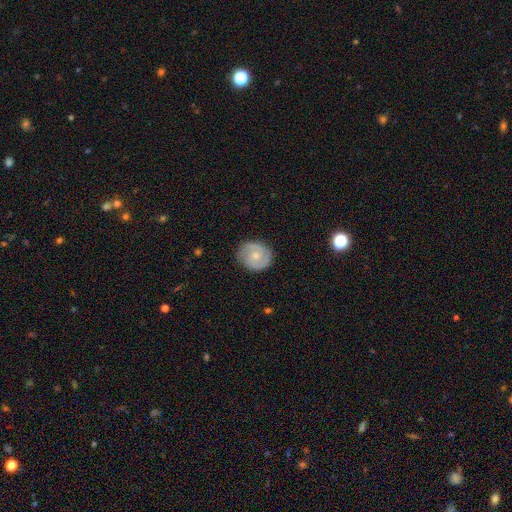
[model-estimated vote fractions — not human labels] This is likely a featured or disk galaxy (66%). It is clearly not viewed edge-on (98%). Bar: likely no (62%). Spiral arm pattern: clearly yes (92%). Spiral arm count: clearly 2 (83%). Spiral winding: marginally medium (44%). Central bulge: possibly small (56%). Merging: clearly none (83%).